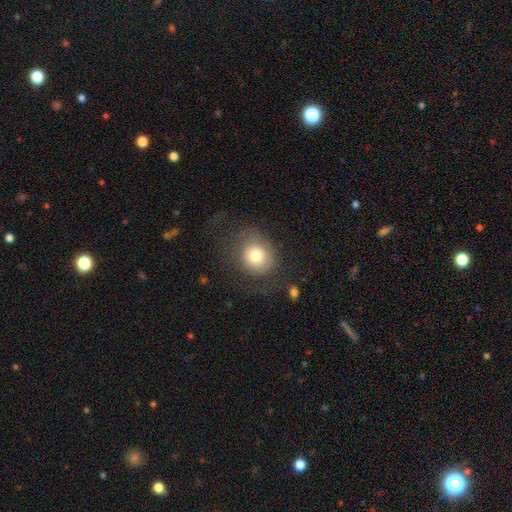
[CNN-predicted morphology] This appears to be a smooth galaxy with no disk features (73%) that is round (79%). Merging: none (63%).